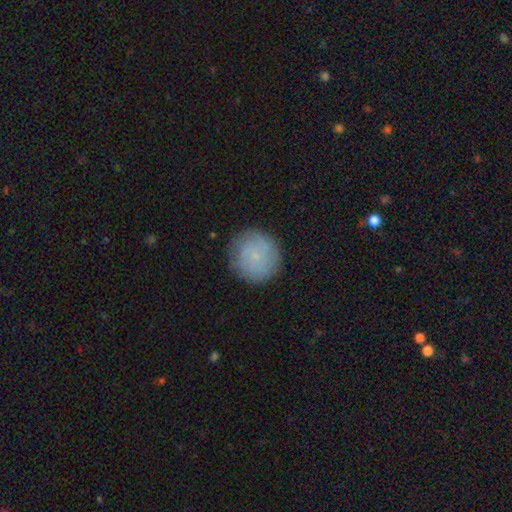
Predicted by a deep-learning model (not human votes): Q: Smooth or featured?
A: smooth (61%); runner-up: featured or disk (30%)
Q: How rounded?
A: round (93%); runner-up: in between (6%)
Q: Merging?
A: none (83%); runner-up: minor disturbance (12%)